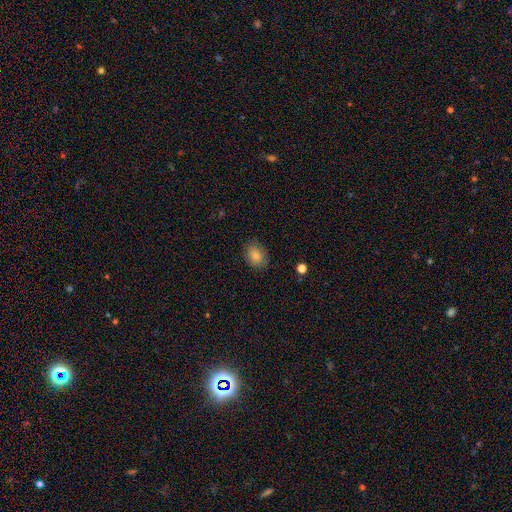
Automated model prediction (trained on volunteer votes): smooth 84%, star or artifact 8%, featured or disk 8%. Down the decision tree: how rounded — in between (72%); merging — none (84%).